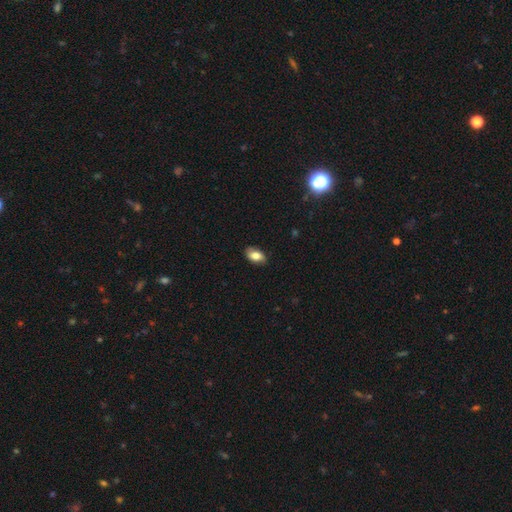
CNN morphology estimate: Overall: smooth (78%). How rounded: in between (91%). Merging: none (81%).